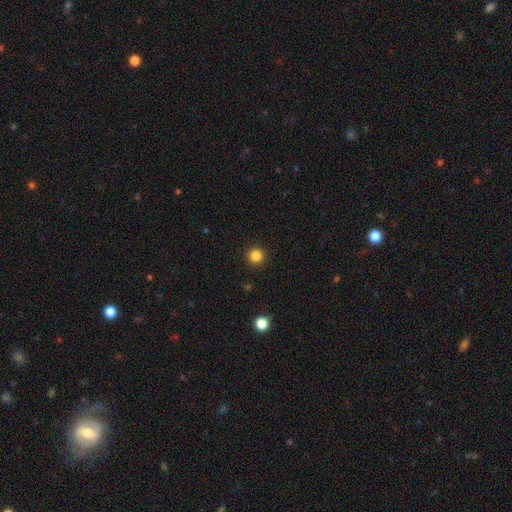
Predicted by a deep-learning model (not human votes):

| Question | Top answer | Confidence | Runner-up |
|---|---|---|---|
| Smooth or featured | smooth | 84% | star or artifact (12%) |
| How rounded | round | 96% | in between (3%) |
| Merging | none | 93% | minor disturbance (4%) |